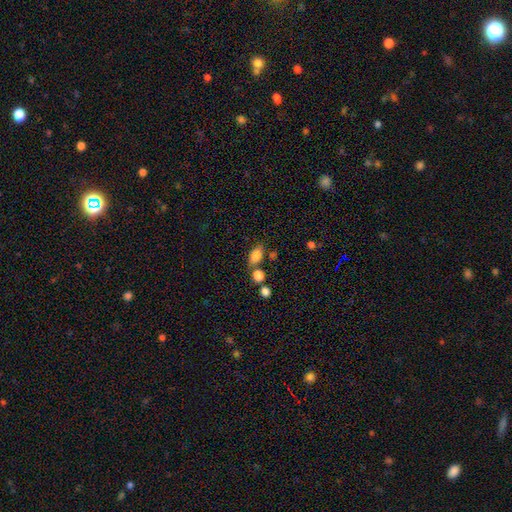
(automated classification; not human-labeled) Overall: smooth (83%). How rounded: in between (86%). Merging: none (62%).